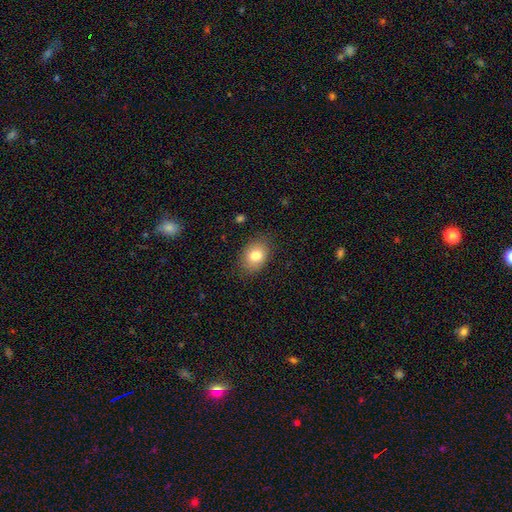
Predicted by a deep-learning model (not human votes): smooth 80%, featured or disk 11%, star or artifact 9%. Down the decision tree: how rounded — in between (68%); merging — none (83%).